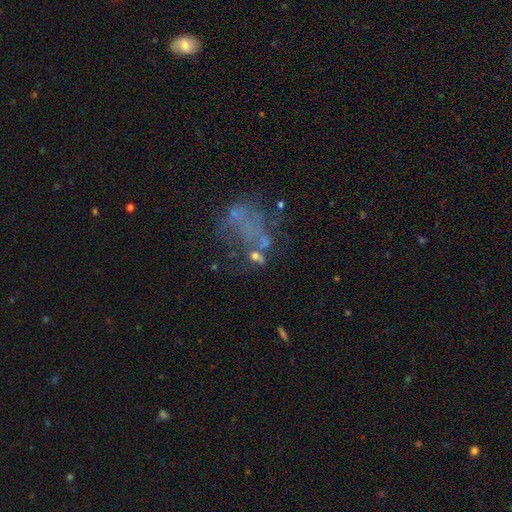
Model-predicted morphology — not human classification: The model was most divided on "merging" (2-way tie): major disturbance: 34%, none: 34%, merger: 19%, minor disturbance: 14%. Remaining: smooth or featured — featured or disk (47%).